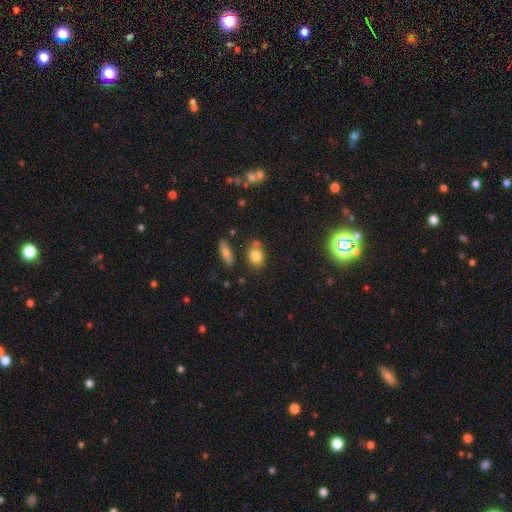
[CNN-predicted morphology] smooth_or_featured: smooth (p=0.81) [alt: star or artifact p=0.10]
how_rounded: in between (p=0.57) [alt: round p=0.41]
merging: none (p=0.67) [alt: minor disturbance p=0.17]